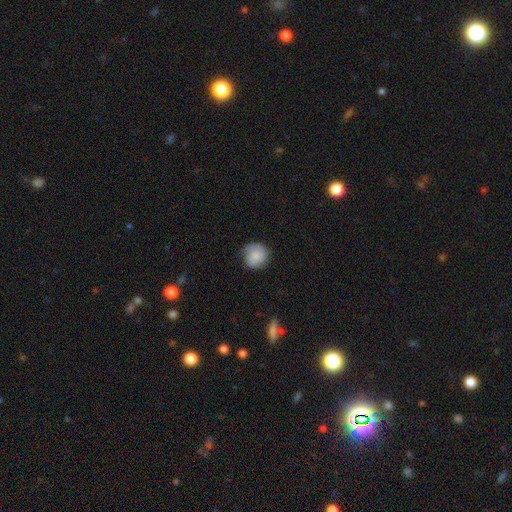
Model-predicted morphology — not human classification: Smooth or featured?
  - smooth: 72% *
  - featured or disk: 21%
  - star or artifact: 7%
How rounded?
  - round: 89% *
  - in between: 10%
  - cigar-shaped: 1%
Merging?
  - none: 70% *
  - minor disturbance: 22%
  - major disturbance: 6%
  - merger: 1%